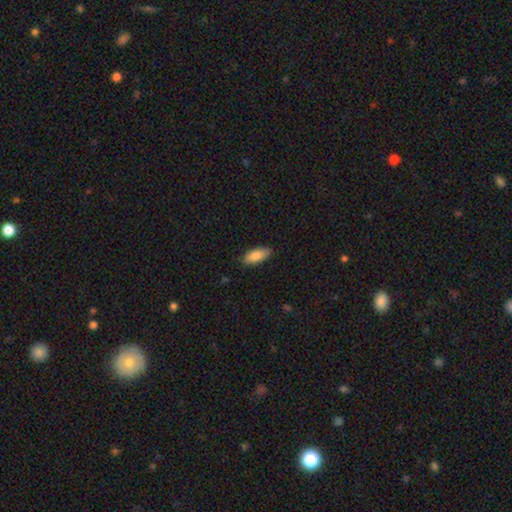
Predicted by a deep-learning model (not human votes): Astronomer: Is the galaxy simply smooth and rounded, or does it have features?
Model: smooth — 86%.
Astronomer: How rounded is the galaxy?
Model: in between — 84%.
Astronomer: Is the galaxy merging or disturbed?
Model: none — 85%.